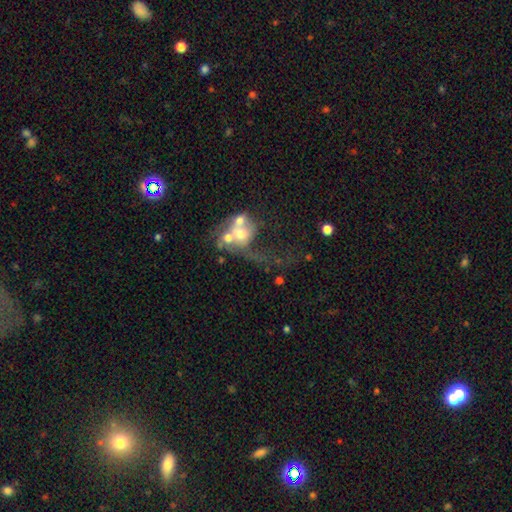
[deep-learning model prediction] Smooth or featured?
  - featured or disk: 39% *
  - star or artifact: 33%
  - smooth: 28%
Merging?
  - merger: 43% *
  - none: 25%
  - major disturbance: 21%
  - minor disturbance: 11%